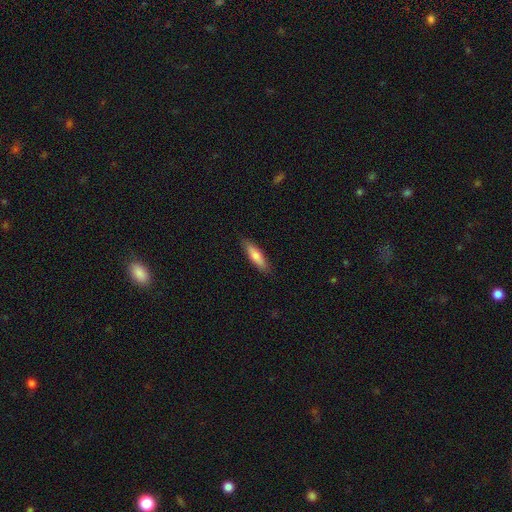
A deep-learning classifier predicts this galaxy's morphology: Q: Smooth or featured?
A: smooth (73%); runner-up: featured or disk (22%)
Q: How rounded?
A: cigar-shaped (68%); runner-up: in between (30%)
Q: Merging?
A: none (87%); runner-up: minor disturbance (10%)